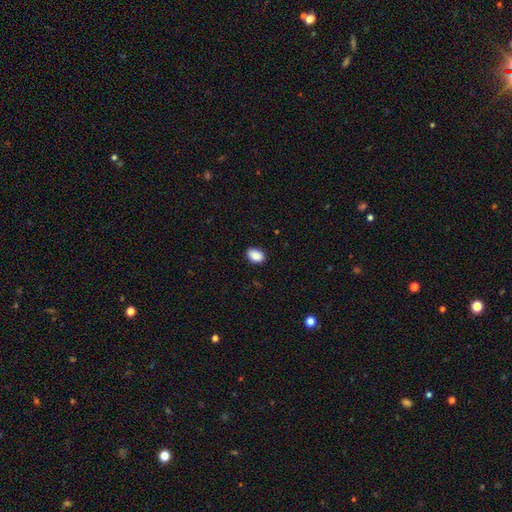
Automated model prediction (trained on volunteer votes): smooth 89%, star or artifact 8%, featured or disk 4%. Down the decision tree: how rounded — in between (82%); merging — none (88%).